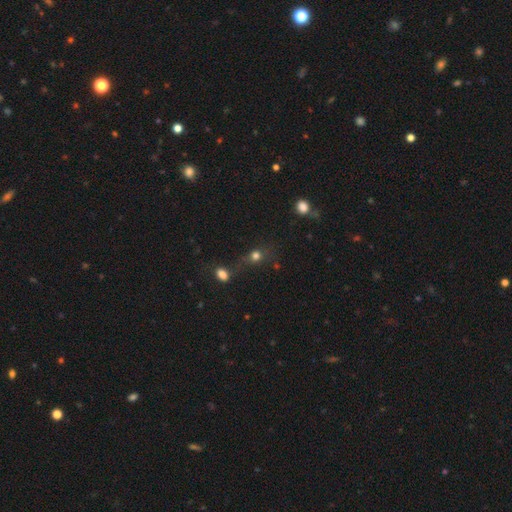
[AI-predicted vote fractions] smooth-or-featured: smooth: 71% | star or artifact: 18% | featured or disk: 11%
  how-rounded: round: 69% | in between: 28% | cigar-shaped: 3%
  merging: none: 52% | minor disturbance: 18% | merger: 17% | major disturbance: 13%